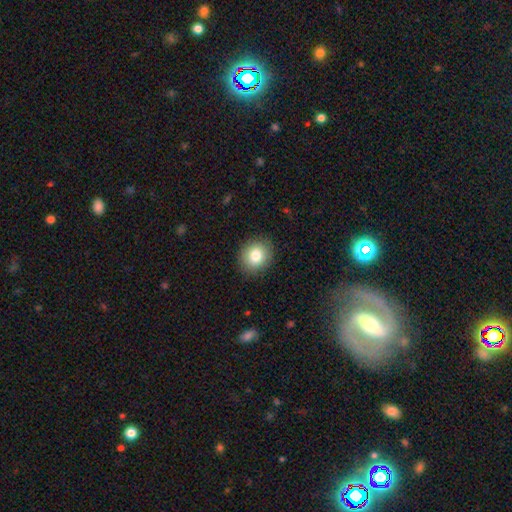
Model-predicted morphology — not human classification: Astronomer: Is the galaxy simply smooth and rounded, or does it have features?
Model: smooth — 81%.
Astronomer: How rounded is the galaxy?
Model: round — 75%.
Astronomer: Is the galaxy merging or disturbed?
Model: none — 89%.